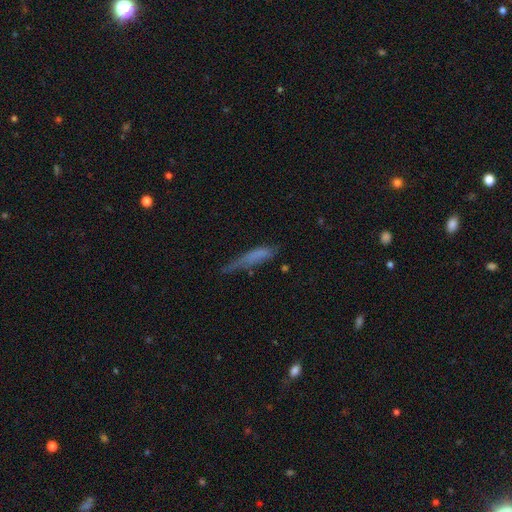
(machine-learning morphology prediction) Q: Smooth or featured?
A: smooth (62%); runner-up: featured or disk (26%)
Q: How rounded?
A: cigar-shaped (83%); runner-up: in between (15%)
Q: Merging?
A: none (41%); runner-up: minor disturbance (33%)